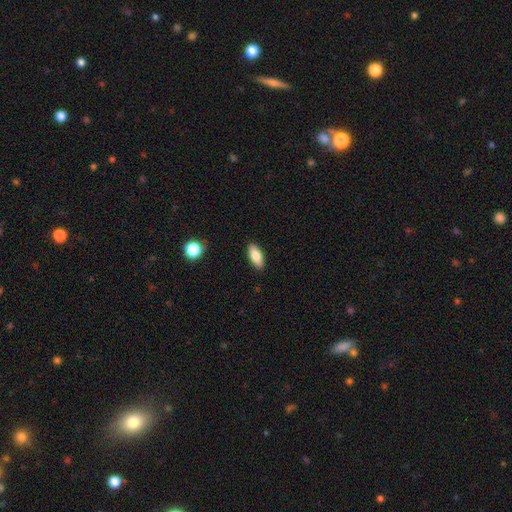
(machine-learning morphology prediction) Smooth or featured?
  - smooth: 80% *
  - featured or disk: 14%
  - star or artifact: 7%
How rounded?
  - in between: 79% *
  - cigar-shaped: 18%
  - round: 3%
Merging?
  - none: 89% *
  - minor disturbance: 8%
  - major disturbance: 2%
  - merger: 1%